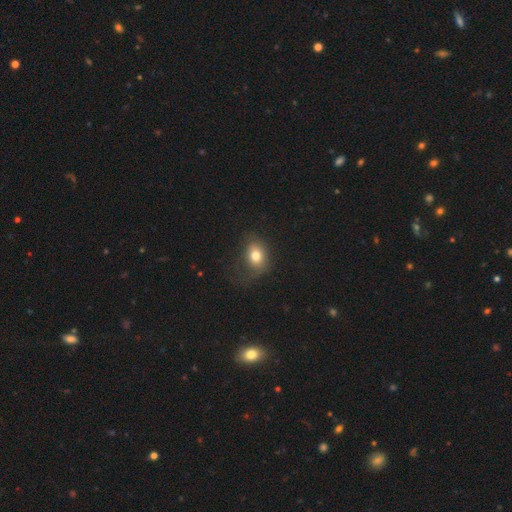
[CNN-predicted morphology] smooth-or-featured: smooth: 75% | featured or disk: 13% | star or artifact: 11%
  how-rounded: in between: 58% | round: 41% | cigar-shaped: 1%
  merging: none: 51% | minor disturbance: 26% | major disturbance: 21% | merger: 2%